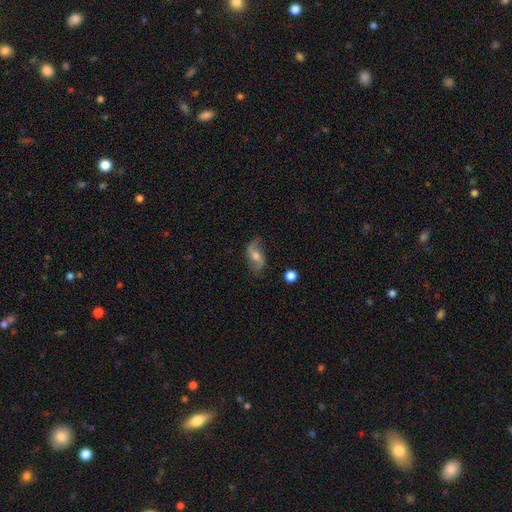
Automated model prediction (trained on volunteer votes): smooth_or_featured: featured or disk (p=0.65) [alt: smooth p=0.27]
disk_edge_on: no (p=0.93) [alt: yes p=0.07]
bar: no (p=0.47) [alt: weak p=0.38]
has_spiral_arms: yes (p=0.89) [alt: no p=0.11]
spiral_winding: loose (p=0.76) [alt: medium p=0.18]
spiral_arm_count: 2 (p=0.90) [alt: can't tell p=0.04]
bulge_size: moderate (p=0.60) [alt: small p=0.25]
merging: none (p=0.73) [alt: minor disturbance p=0.18]